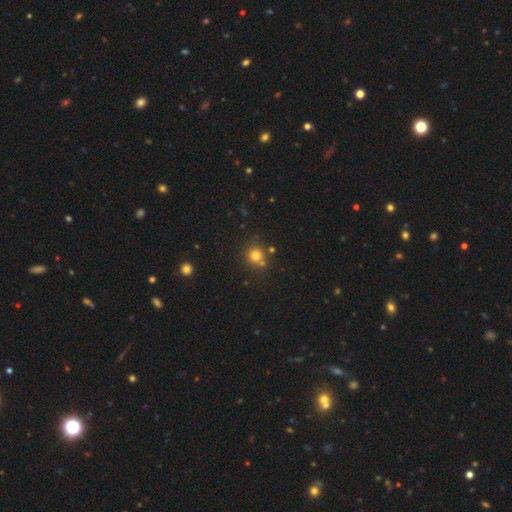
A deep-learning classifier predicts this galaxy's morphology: This appears to be a smooth galaxy with no disk features (77%) that is round (90%). Merging: none (69%).